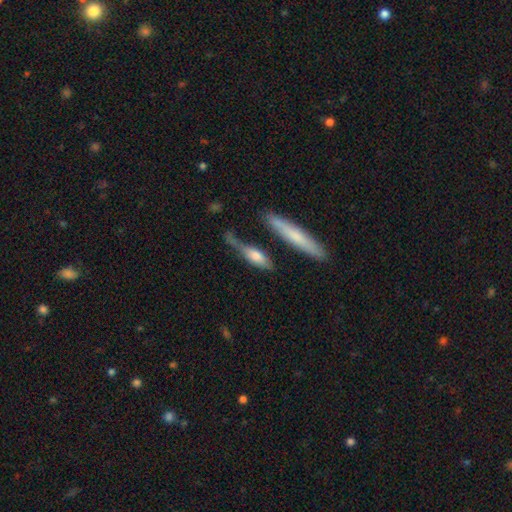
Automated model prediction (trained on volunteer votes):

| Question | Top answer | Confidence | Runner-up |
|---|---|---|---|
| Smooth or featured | smooth | 60% | featured or disk (34%) |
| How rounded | cigar-shaped | 63% | in between (33%) |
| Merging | none | 50% | minor disturbance (26%) |